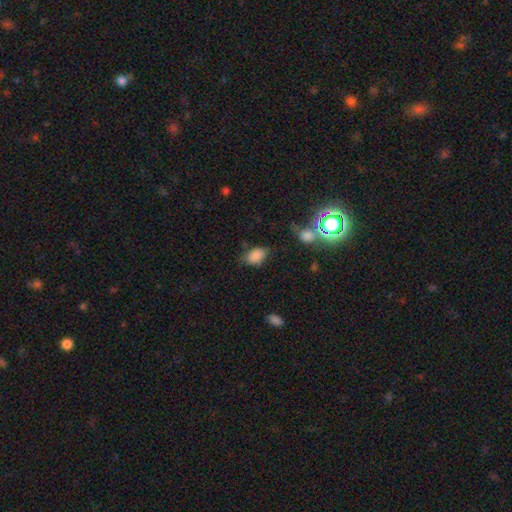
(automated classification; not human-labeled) Q: Smooth or featured?
A: smooth (82%); runner-up: star or artifact (12%)
Q: How rounded?
A: in between (83%); runner-up: round (16%)
Q: Merging?
A: none (65%); runner-up: minor disturbance (23%)